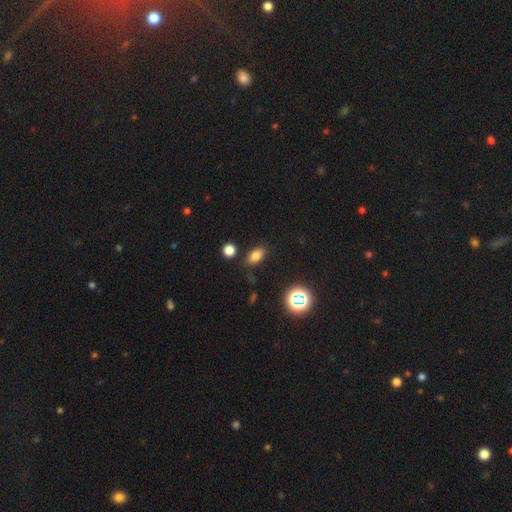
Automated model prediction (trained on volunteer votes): smooth 78%, star or artifact 15%, featured or disk 7%. Down the decision tree: how rounded — in between (84%); merging — none (80%).